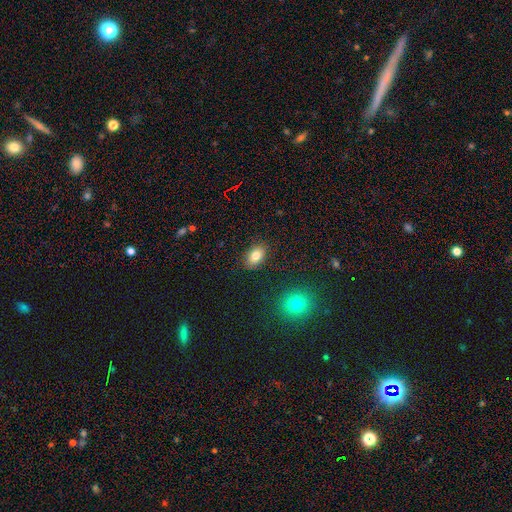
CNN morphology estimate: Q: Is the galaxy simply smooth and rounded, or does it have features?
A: smooth — 83%.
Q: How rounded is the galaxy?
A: in between — 89%.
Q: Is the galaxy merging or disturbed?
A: none — 86%.